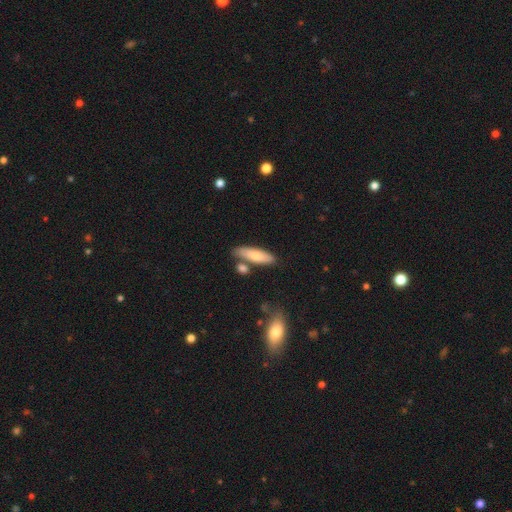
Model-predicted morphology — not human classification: Smooth or featured: smooth — 72% (featured or disk — 22%)
How rounded: cigar-shaped — 53% (in between — 45%)
Merging: none — 72% (minor disturbance — 13%)